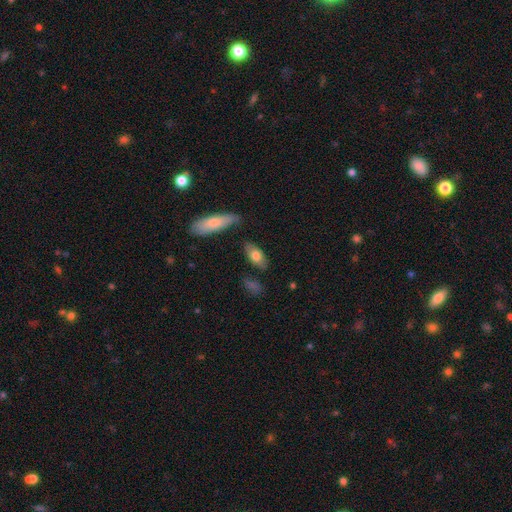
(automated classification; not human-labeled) Smooth or featured? Predicted: smooth (p=0.71). How rounded? Predicted: in between (p=0.83). Merging? Predicted: none (p=0.77).